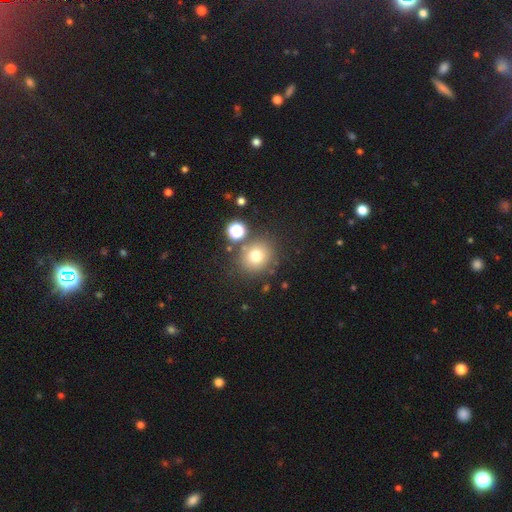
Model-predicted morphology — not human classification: Smooth or featured? smooth (73%)
How rounded? round (85%)
Merging? none (76%)